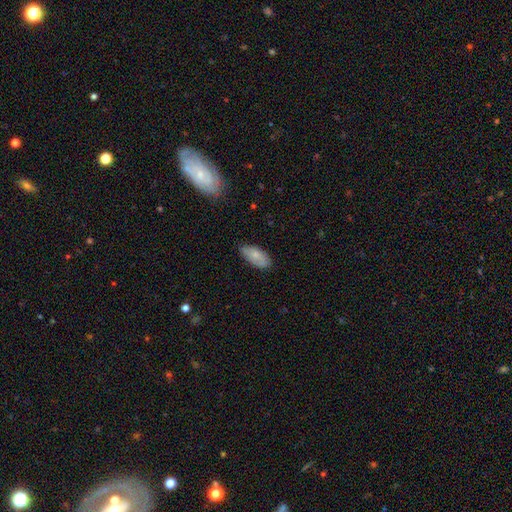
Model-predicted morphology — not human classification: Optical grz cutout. It shows a smooth galaxy with no disk features (78%) that is in between round and cigar-shaped (90%). Merging: none (70%).